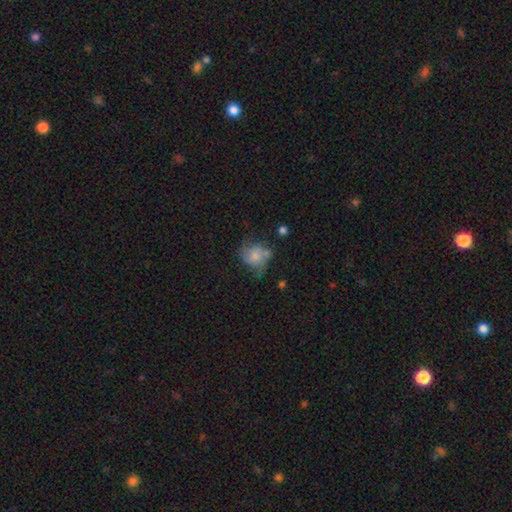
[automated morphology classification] The model was most divided on "merging": none: 40%, minor disturbance: 31%, major disturbance: 22%, merger: 8%. More confident: how rounded — round (61%); smooth or featured — smooth (60%).